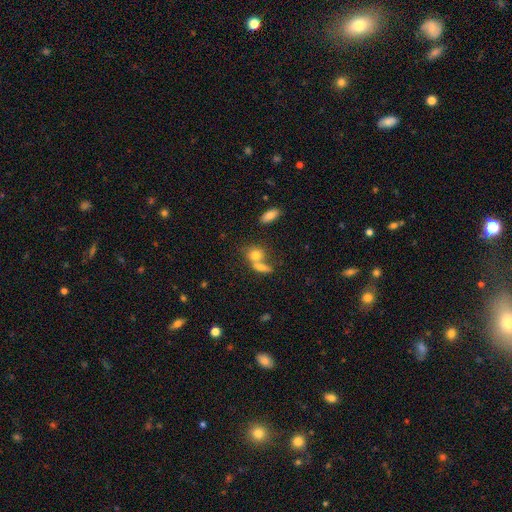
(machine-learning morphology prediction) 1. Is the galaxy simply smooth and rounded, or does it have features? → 75% smooth, 15% featured or disk, 10% star or artifact.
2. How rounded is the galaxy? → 47% round, 46% in between, 7% cigar-shaped.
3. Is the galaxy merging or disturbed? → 48% merger, 37% none, 9% minor disturbance, 5% major disturbance.